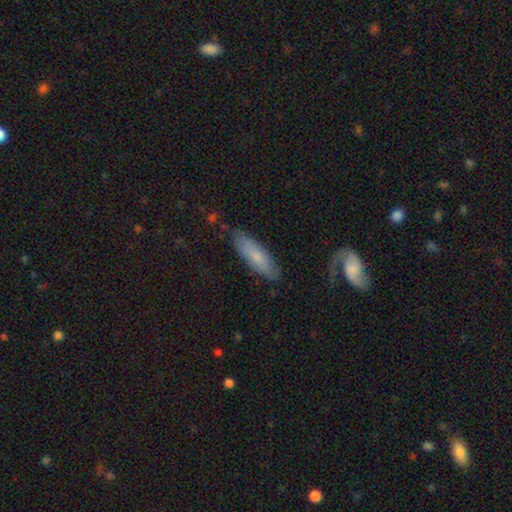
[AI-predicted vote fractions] A smooth galaxy with no disk features (60%) that is cigar-shaped (53%). Merging: none (75%).